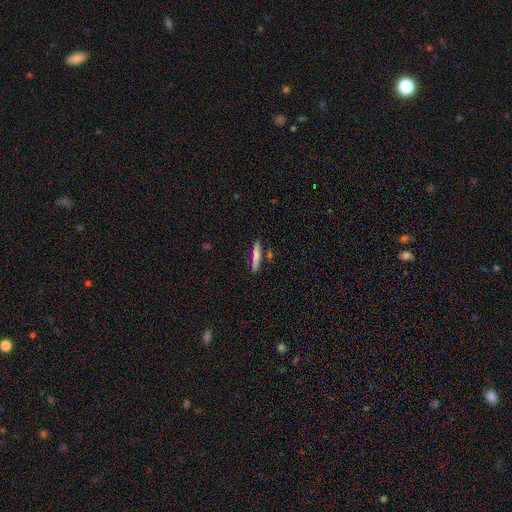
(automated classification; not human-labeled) smooth_or_featured: smooth (p=0.71) [alt: featured or disk p=0.22]
how_rounded: cigar-shaped (p=0.92) [alt: in between p=0.07]
merging: none (p=0.81) [alt: minor disturbance p=0.11]